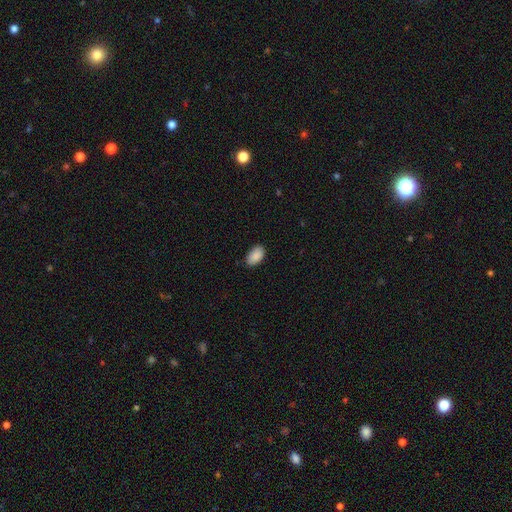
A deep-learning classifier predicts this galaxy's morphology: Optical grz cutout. It shows a smooth galaxy with no disk features (90%) that is in between round and cigar-shaped (94%). Merging: none (84%).